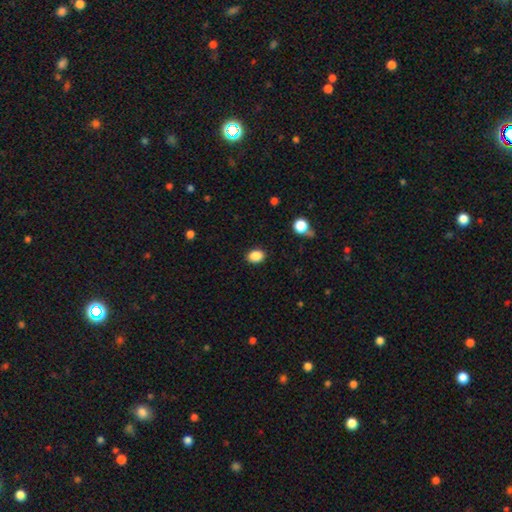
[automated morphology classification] A smooth galaxy with no disk features (88%) that is in between round and cigar-shaped (66%). Merging: none (89%).